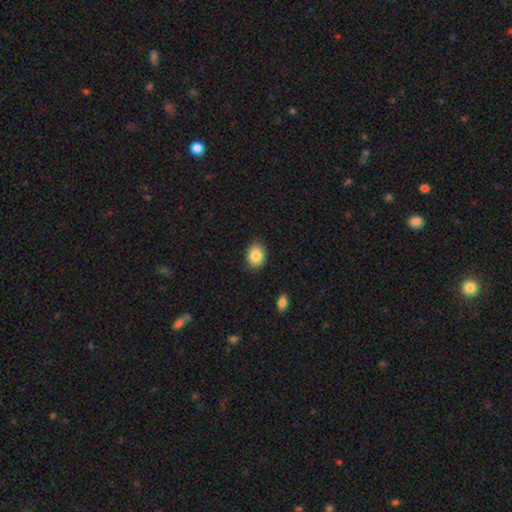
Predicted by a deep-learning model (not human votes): This is clearly a smooth galaxy (86%). How rounded: likely in between (64%). Merging: clearly none (83%).